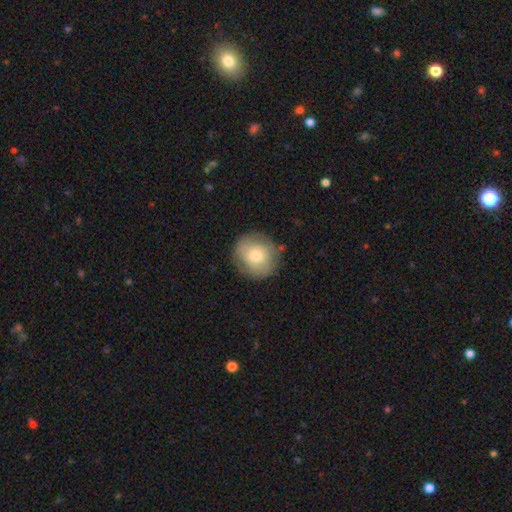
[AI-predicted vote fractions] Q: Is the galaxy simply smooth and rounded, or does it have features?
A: smooth — 70%.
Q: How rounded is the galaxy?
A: round — 91%.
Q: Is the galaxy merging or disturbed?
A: none — 80%.